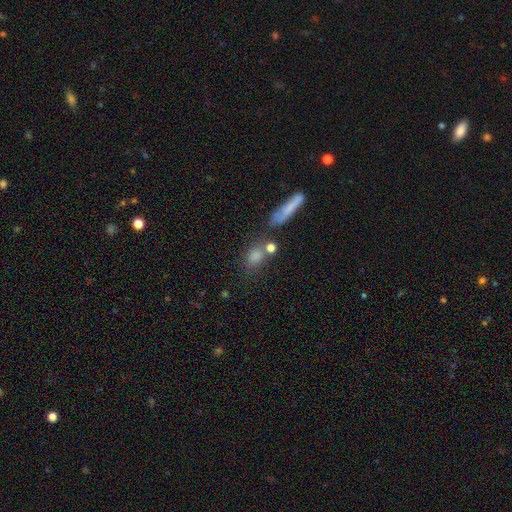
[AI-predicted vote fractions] The model was most divided on "how rounded" (2-way tie): in between: 45%, round: 45%, cigar-shaped: 10%. More confident: smooth or featured — smooth (77%); merging — none (55%).